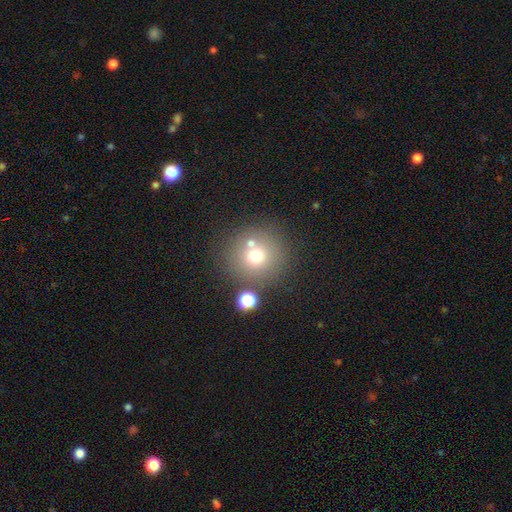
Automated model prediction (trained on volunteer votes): A smooth galaxy with no disk features (68%) that is round (93%).

Vote fractions:
- Smooth or featured? smooth: 68% / star or artifact: 17% / featured or disk: 15%
- How rounded? round: 93% / in between: 6% / cigar-shaped: 1%
- Merging? none: 71% / merger: 16% / minor disturbance: 9% / major disturbance: 4%